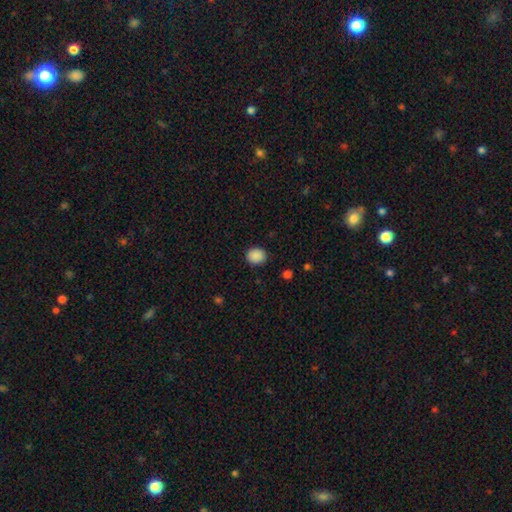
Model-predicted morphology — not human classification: Q: Smooth or featured?
A: smooth (89%); runner-up: star or artifact (9%)
Q: How rounded?
A: round (66%); runner-up: in between (34%)
Q: Merging?
A: none (88%); runner-up: minor disturbance (8%)